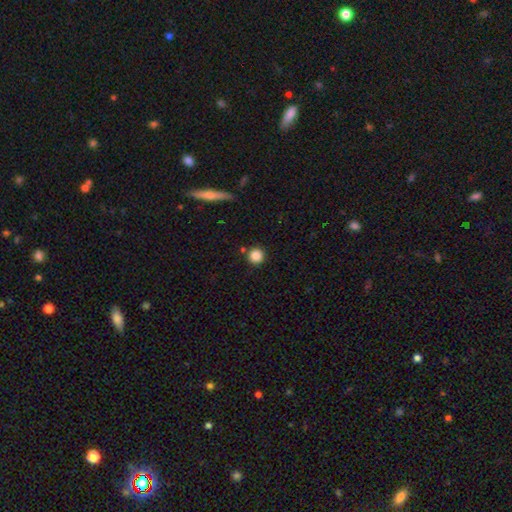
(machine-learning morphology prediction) Smooth or featured?
  - smooth: 86% *
  - star or artifact: 10%
  - featured or disk: 4%
How rounded?
  - round: 95% *
  - in between: 4%
  - cigar-shaped: 1%
Merging?
  - none: 86% *
  - minor disturbance: 7%
  - merger: 5%
  - major disturbance: 2%